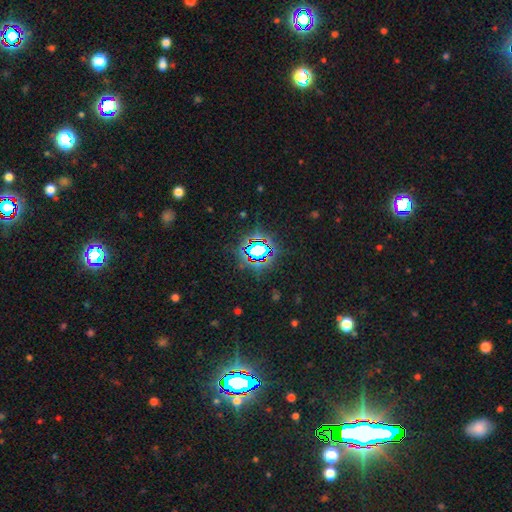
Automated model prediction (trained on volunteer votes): A star or artifact, not a galaxy (74%).

Vote fractions:
- Smooth or featured? star or artifact: 74% / smooth: 16% / featured or disk: 10%